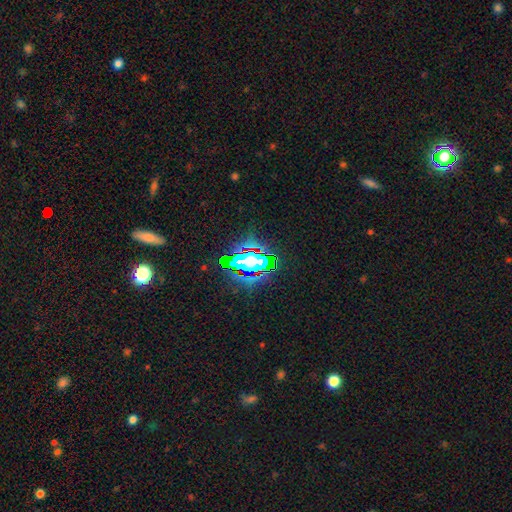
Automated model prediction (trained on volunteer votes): The model was most divided on "smooth or featured": star or artifact: 79%, smooth: 12%, featured or disk: 9%.